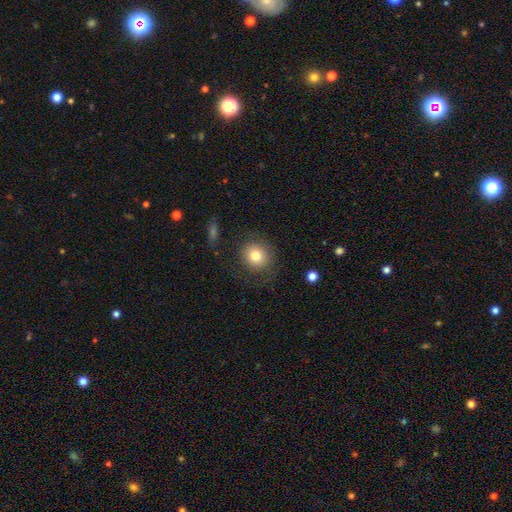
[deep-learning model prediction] A smooth galaxy with no disk features (78%) that is round (87%). Merging: none (81%).